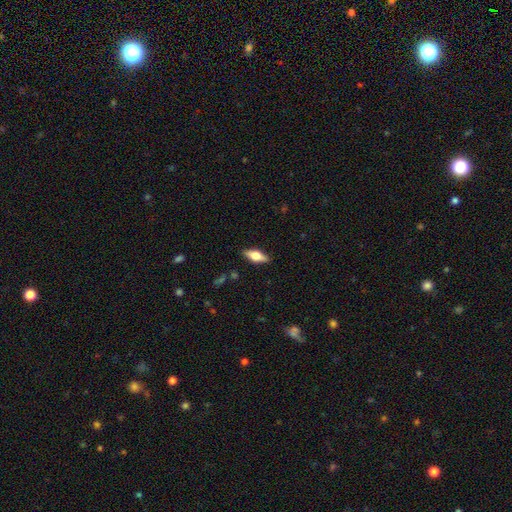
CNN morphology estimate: type=smooth (48%); merging=none (88%).